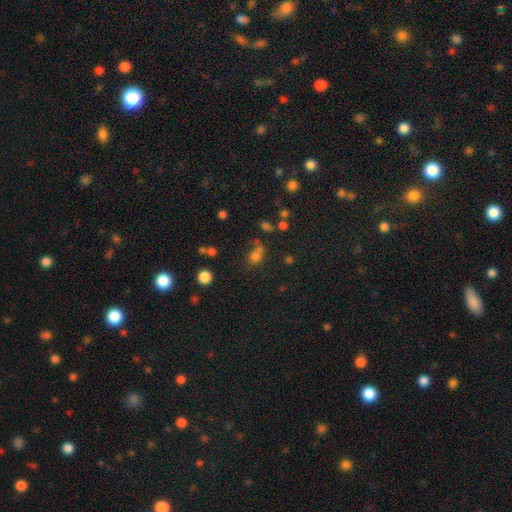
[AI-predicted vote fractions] Smooth or featured?
  - smooth: 70% *
  - star or artifact: 22%
  - featured or disk: 8%
How rounded?
  - round: 67% *
  - in between: 32%
  - cigar-shaped: 1%
Merging?
  - none: 51% *
  - merger: 27%
  - minor disturbance: 14%
  - major disturbance: 8%